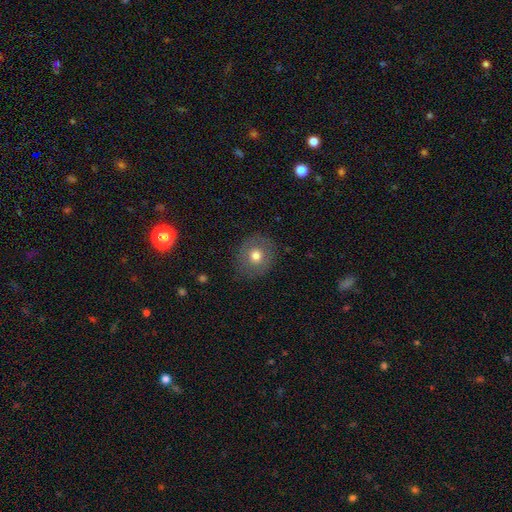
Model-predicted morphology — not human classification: Smooth or featured?
  - smooth: 68% *
  - featured or disk: 23%
  - star or artifact: 9%
How rounded?
  - round: 82% *
  - in between: 18%
  - cigar-shaped: 1%
Merging?
  - none: 84% *
  - minor disturbance: 11%
  - major disturbance: 4%
  - merger: 1%